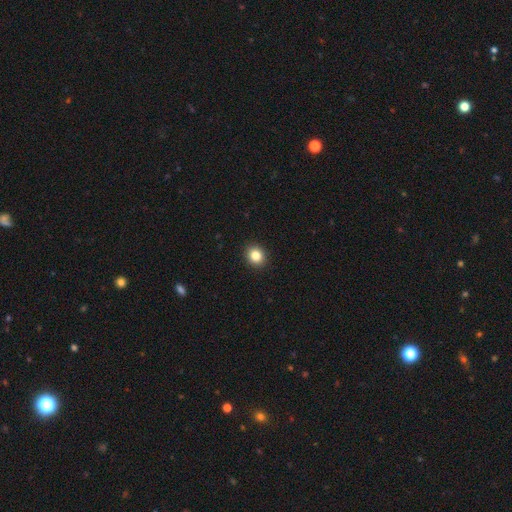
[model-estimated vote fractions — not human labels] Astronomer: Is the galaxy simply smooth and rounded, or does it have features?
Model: smooth — 84%.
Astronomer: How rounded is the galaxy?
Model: round — 73%.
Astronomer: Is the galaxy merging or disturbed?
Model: none — 92%.